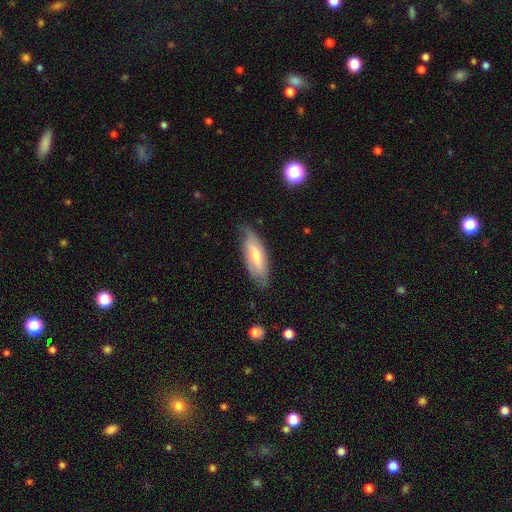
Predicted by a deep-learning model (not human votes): Morphology: type=smooth (54%); roundness=in between (61%); merging=none (75%).